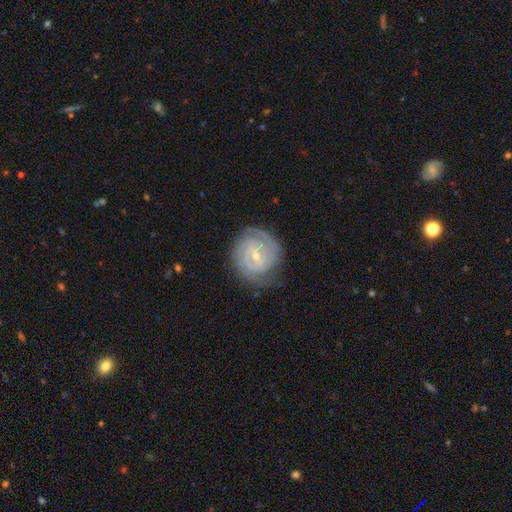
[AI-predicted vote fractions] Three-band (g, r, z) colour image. It shows a featured or disk galaxy (86%) with a weak bar (50%), 2 (42%) tight (77%) spiral arms (95%) and a small central bulge (65%). Merging: none (76%).